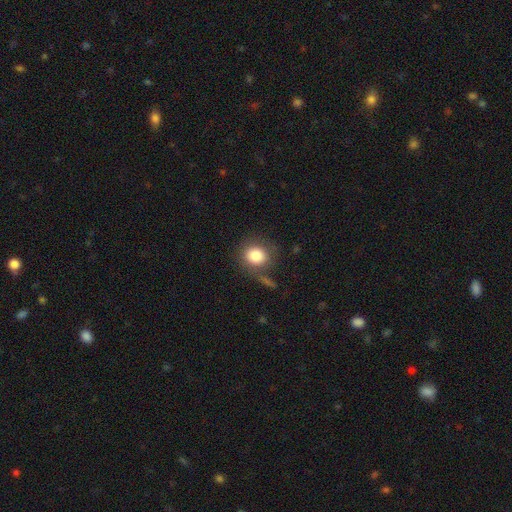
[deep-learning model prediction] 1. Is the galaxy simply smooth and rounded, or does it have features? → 83% smooth, 9% star or artifact, 8% featured or disk.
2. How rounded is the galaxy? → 76% round, 23% in between, 1% cigar-shaped.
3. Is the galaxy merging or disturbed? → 71% none, 16% minor disturbance, 8% major disturbance, 5% merger.